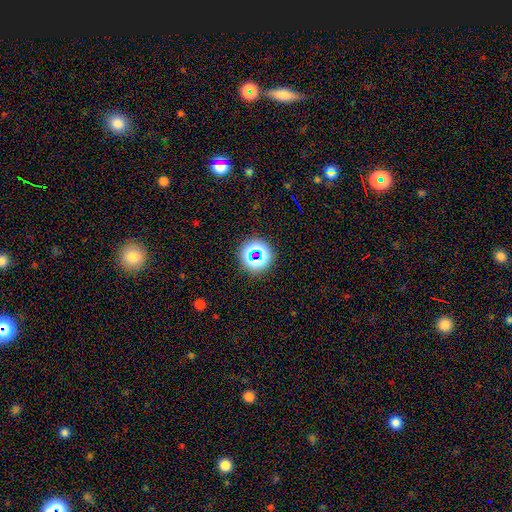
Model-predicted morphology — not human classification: smooth_or_featured: star or artifact (p=0.60) [alt: smooth p=0.30]